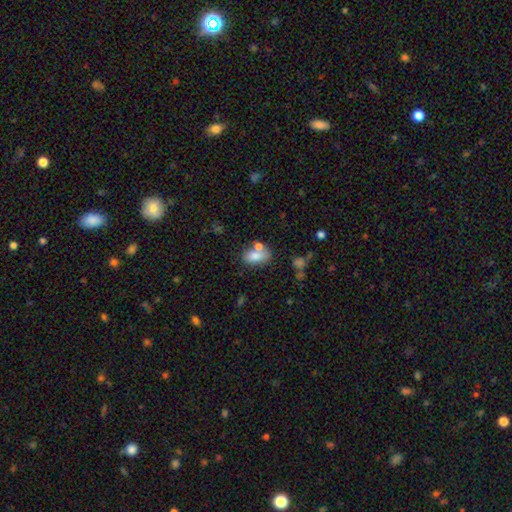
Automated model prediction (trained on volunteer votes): Smooth or featured? Predicted: smooth (p=0.80). How rounded? Predicted: in between (p=0.88). Merging? Predicted: none (p=0.48).